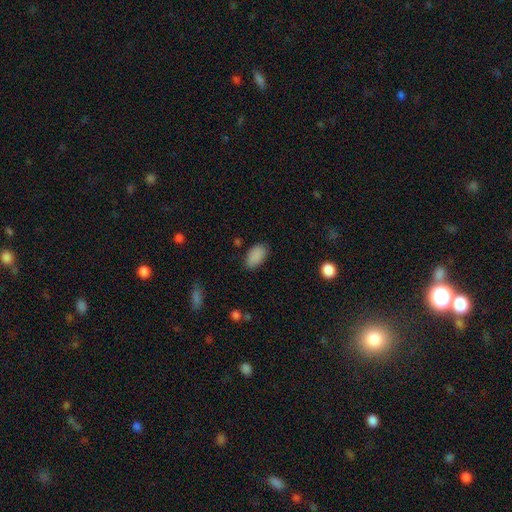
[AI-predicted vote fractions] Morphology: type=smooth (88%); roundness=in between (94%); merging=none (80%).